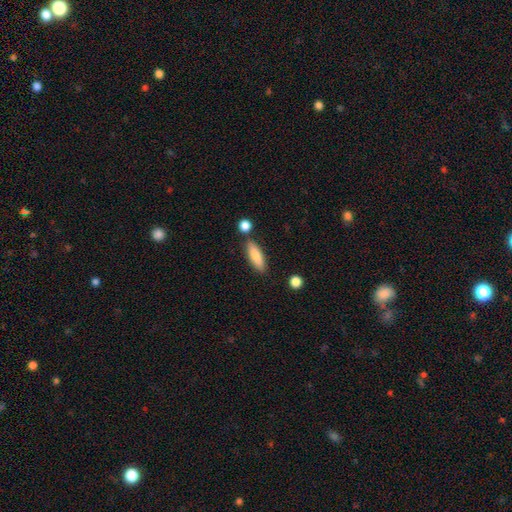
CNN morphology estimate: Smooth or featured? smooth (81%)
How rounded? cigar-shaped (49%)
Merging? none (79%)